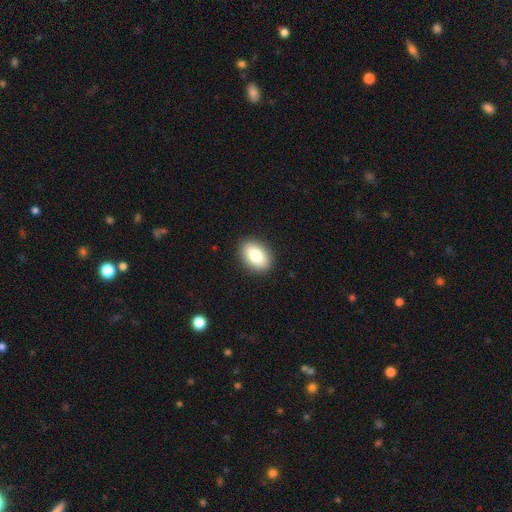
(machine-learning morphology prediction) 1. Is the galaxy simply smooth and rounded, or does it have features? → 82% smooth, 11% featured or disk, 8% star or artifact.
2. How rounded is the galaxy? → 84% in between, 15% round, 2% cigar-shaped.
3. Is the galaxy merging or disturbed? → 90% none, 7% minor disturbance, 2% major disturbance, 1% merger.